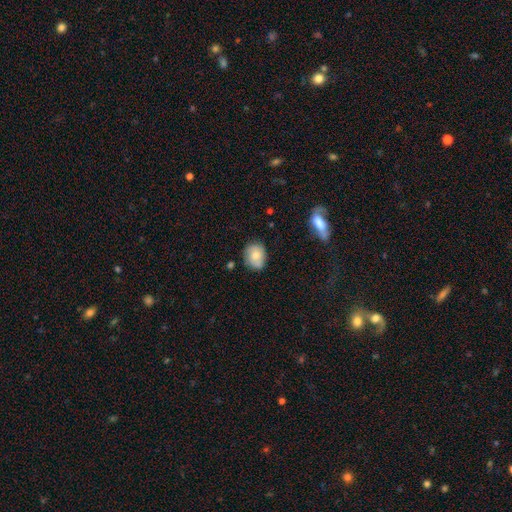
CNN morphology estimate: Smooth or featured? smooth (68%)
How rounded? round (55%)
Merging? none (72%)